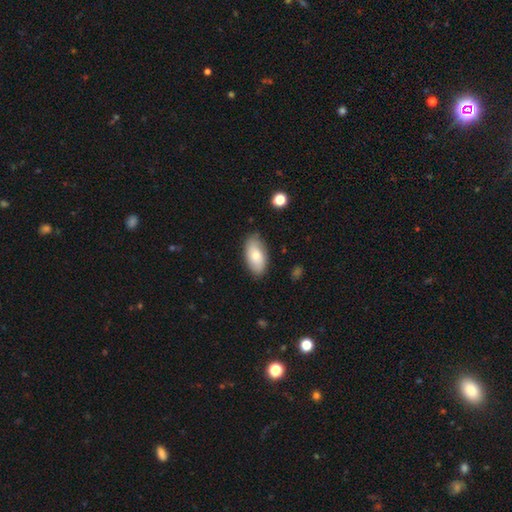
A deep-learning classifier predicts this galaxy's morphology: smooth-or-featured: smooth: 67% | featured or disk: 26% | star or artifact: 6%
  how-rounded: in between: 94% | round: 3% | cigar-shaped: 3%
  merging: none: 81% | minor disturbance: 15% | major disturbance: 3% | merger: 1%